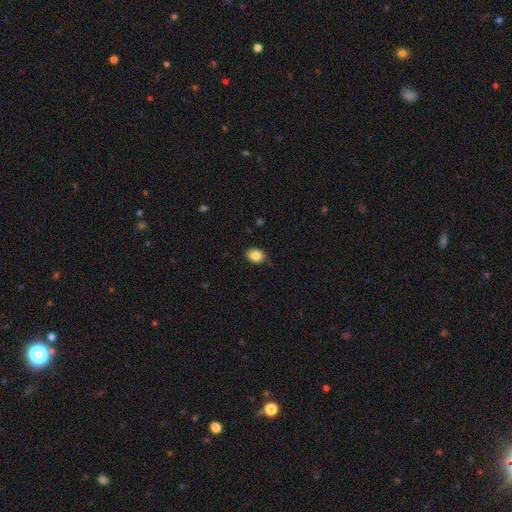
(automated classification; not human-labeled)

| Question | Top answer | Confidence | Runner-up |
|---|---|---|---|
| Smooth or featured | smooth | 86% | star or artifact (9%) |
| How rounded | in between | 63% | round (36%) |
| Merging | none | 82% | minor disturbance (15%) |